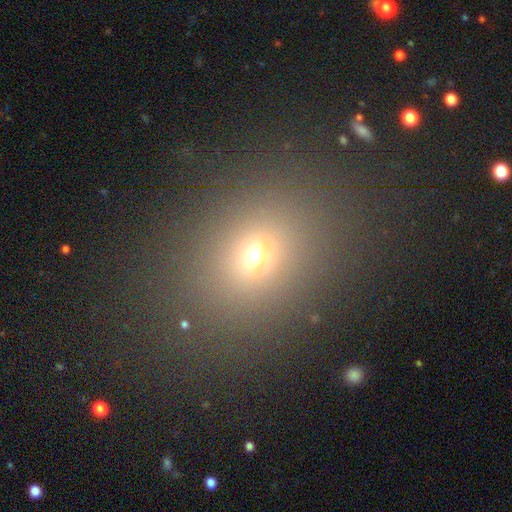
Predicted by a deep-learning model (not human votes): Morphology: type=smooth (65%); roundness=round (59%); merging=none (78%).